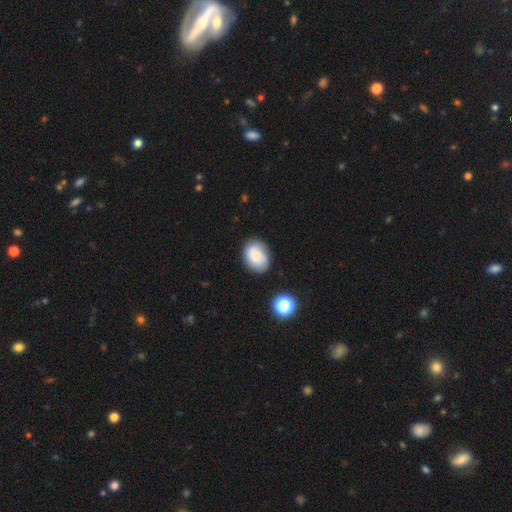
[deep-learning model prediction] A smooth galaxy with no disk features (77%) that is in between round and cigar-shaped (70%). Merging: none (78%).